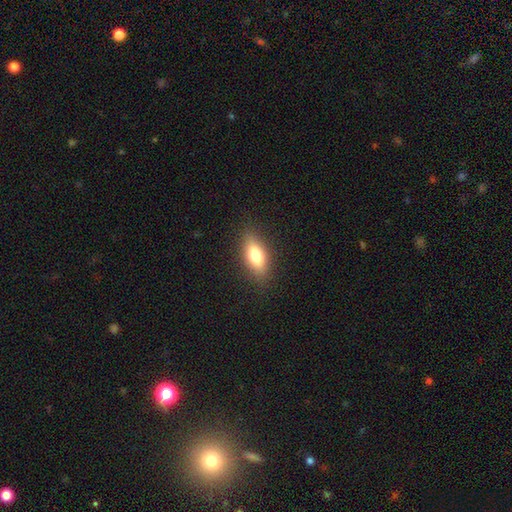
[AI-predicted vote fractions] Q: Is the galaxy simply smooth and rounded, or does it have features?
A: smooth — 76%.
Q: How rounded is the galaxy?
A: in between — 75%.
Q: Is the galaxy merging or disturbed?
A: none — 85%.